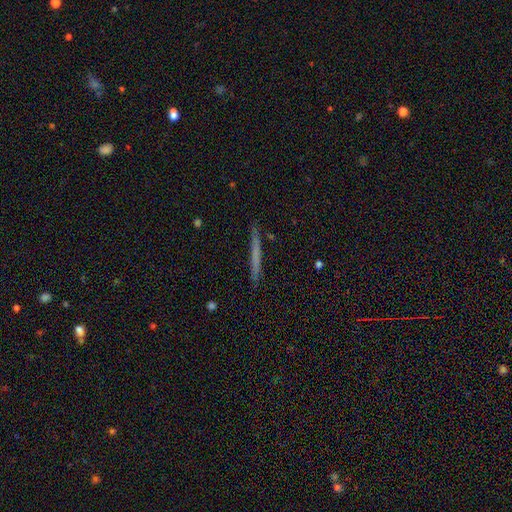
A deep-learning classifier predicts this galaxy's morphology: This appears to be a smooth galaxy with no disk features (57%) that is cigar-shaped (97%). Merging: none (90%).